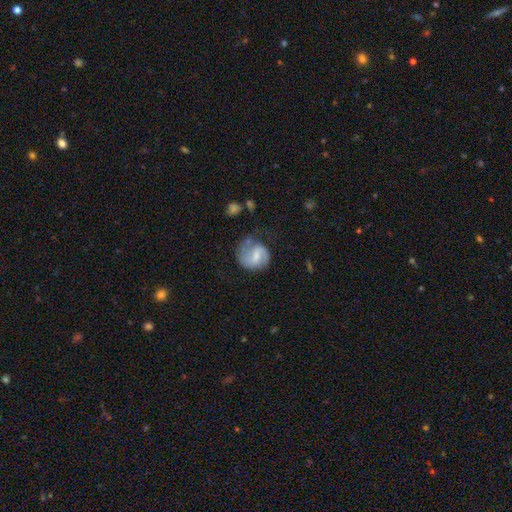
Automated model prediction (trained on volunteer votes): Smooth or featured?
  - featured or disk: 65% *
  - smooth: 28%
  - star or artifact: 7%
Edge-on disk?
  - no: 98% *
  - yes: 2%
Bar?
  - weak: 57% *
  - no: 23%
  - strong: 20%
Spiral arms?
  - yes: 88% *
  - no: 12%
Spiral winding?
  - medium: 47% *
  - loose: 31%
  - tight: 23%
Spiral arm count?
  - 2: 74% *
  - 1: 13%
  - can't tell: 9%
  - 3: 2%
  - 4: 1%
  - more than 4: 1%
Bulge size?
  - small: 45% *
  - moderate: 40%
  - none: 10%
  - large: 3%
  - dominant: 1%
Merging?
  - none: 53% *
  - minor disturbance: 26%
  - major disturbance: 17%
  - merger: 4%